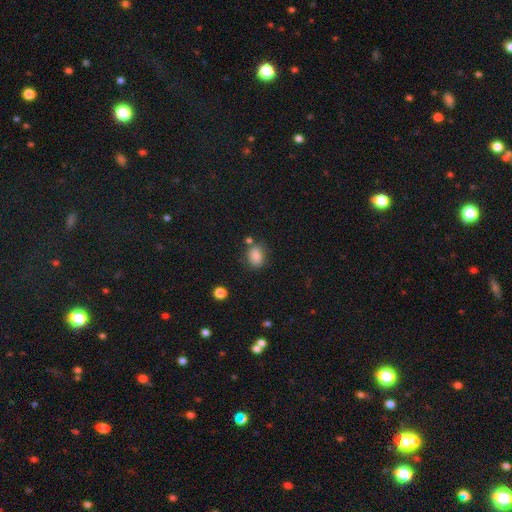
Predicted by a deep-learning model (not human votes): Smooth or featured?
  - smooth: 83% *
  - star or artifact: 10%
  - featured or disk: 7%
How rounded?
  - in between: 52% *
  - round: 47%
  - cigar-shaped: 1%
Merging?
  - none: 71% *
  - minor disturbance: 17%
  - merger: 8%
  - major disturbance: 5%